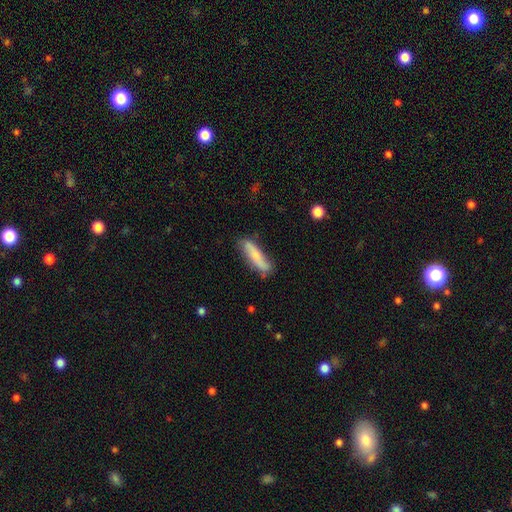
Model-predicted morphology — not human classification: This is possibly a smooth galaxy (58%). How rounded: likely cigar-shaped (73%). Merging: likely none (73%).